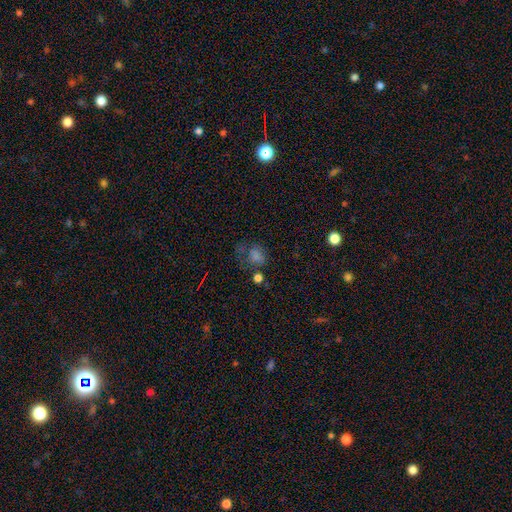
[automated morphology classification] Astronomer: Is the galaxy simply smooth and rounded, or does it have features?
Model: smooth — 50% (runner-up: star or artifact, 31%).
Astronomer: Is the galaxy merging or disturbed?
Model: none — 48% (runner-up: major disturbance, 23%).